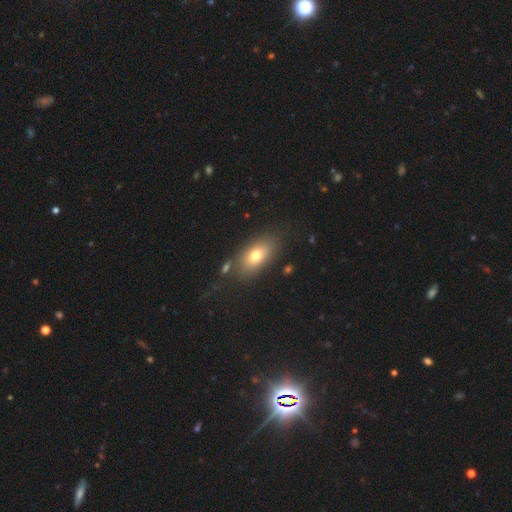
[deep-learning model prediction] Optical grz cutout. It shows a smooth galaxy with no disk features (75%) that is in between round and cigar-shaped (86%). Merging: none (76%).